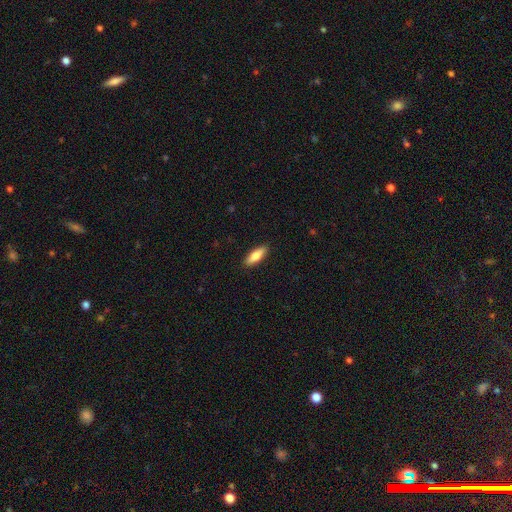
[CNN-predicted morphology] A smooth galaxy with no disk features (79%) that is in between round and cigar-shaped (58%). Merging: none (89%).